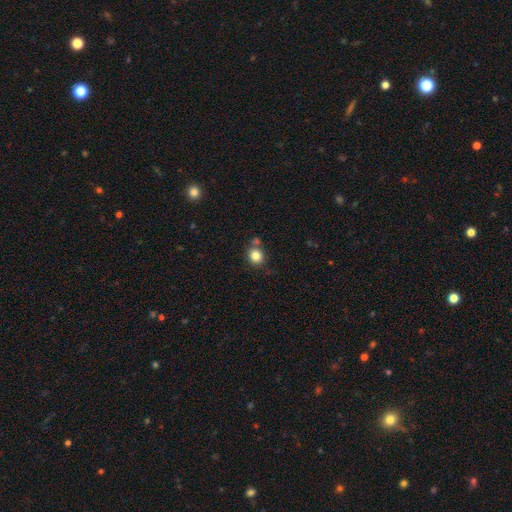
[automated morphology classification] A smooth galaxy with no disk features (82%) that is round (79%).

Vote fractions:
- Smooth or featured? smooth: 82% / star or artifact: 11% / featured or disk: 7%
- How rounded? round: 79% / in between: 20% / cigar-shaped: 1%
- Merging? none: 68% / merger: 15% / minor disturbance: 13% / major disturbance: 4%